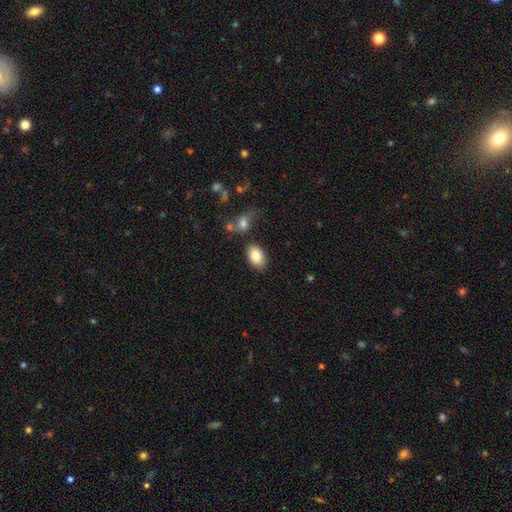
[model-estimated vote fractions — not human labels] The model was most divided on "merging": none: 79%, minor disturbance: 11%, merger: 6%, major disturbance: 3%. More confident: how rounded — in between (91%); smooth or featured — smooth (85%).